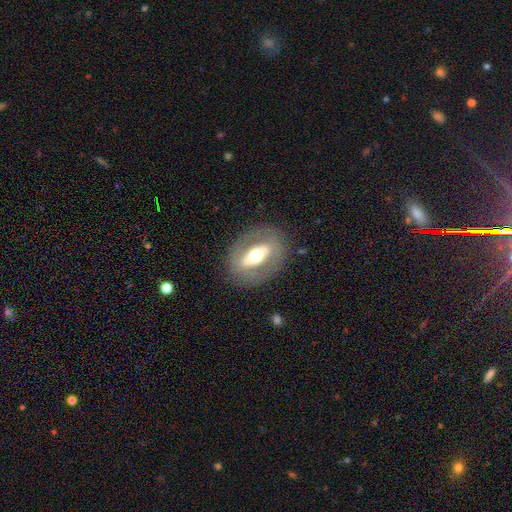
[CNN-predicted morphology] The model was most divided on "smooth or featured": featured or disk: 61%, smooth: 33%, star or artifact: 7%. More confident: merging — none (82%); edge-on disk — no (80%).